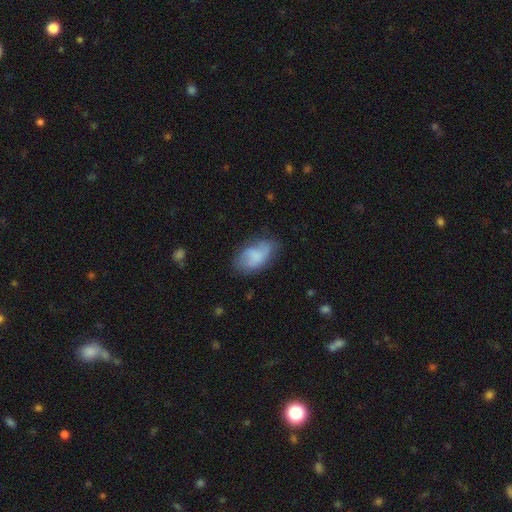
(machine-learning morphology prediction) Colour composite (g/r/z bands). It shows a smooth galaxy with no disk features (68%) that is in between round and cigar-shaped (92%). Merging: none (49%).